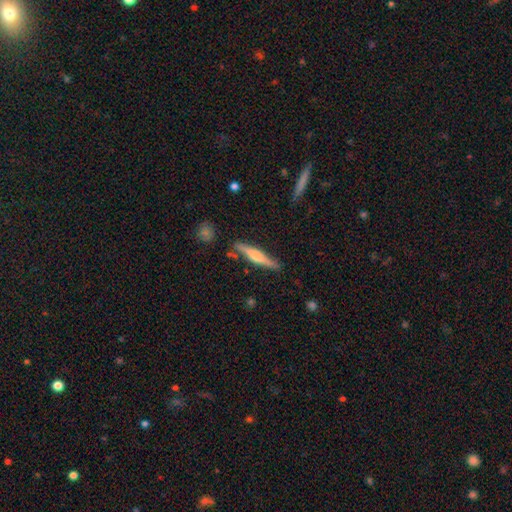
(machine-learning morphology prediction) Overall: featured or disk (53%; smooth 41%). Edge-on disk: yes (95%). Edge-on bulge: rounded (71%). Merging: none (82%).